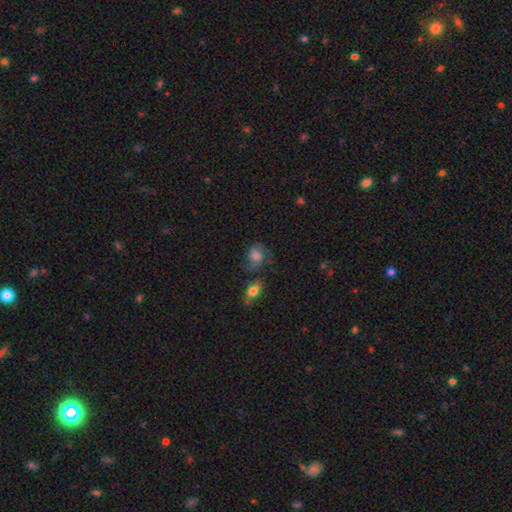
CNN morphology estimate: type=smooth (52%); roundness=in between (52%); merging=none (49%).